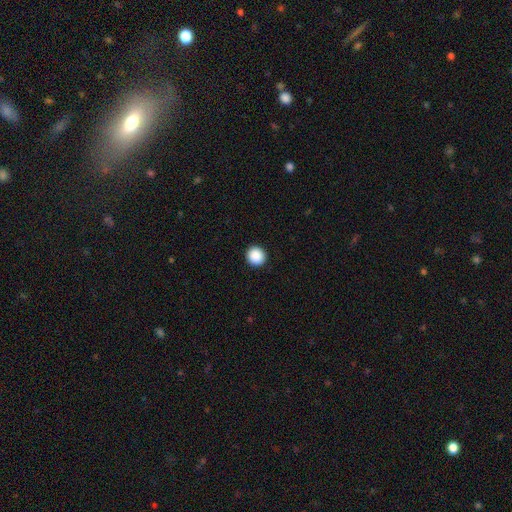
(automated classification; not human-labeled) This is clearly a smooth galaxy (90%). How rounded: clearly round (94%). Merging: clearly none (93%).